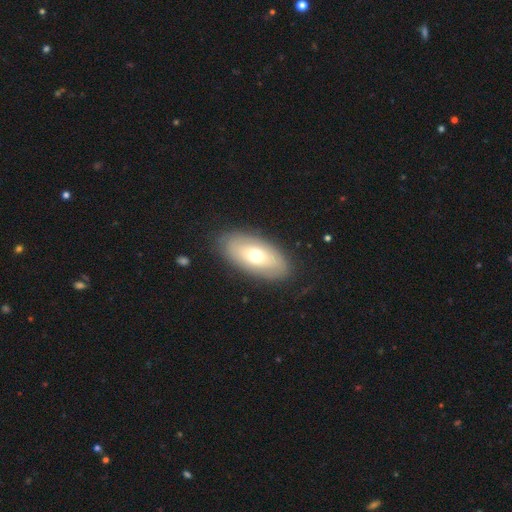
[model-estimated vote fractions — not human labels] This is possibly a smooth galaxy (57%). How rounded: clearly in between (91%). Merging: clearly none (84%).